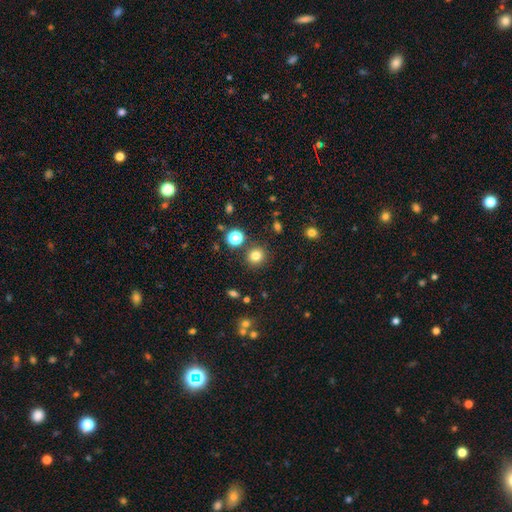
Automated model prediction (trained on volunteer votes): smooth_or_featured: smooth (p=0.79) [alt: star or artifact p=0.15]
how_rounded: round (p=0.90) [alt: in between p=0.09]
merging: none (p=0.87) [alt: minor disturbance p=0.07]